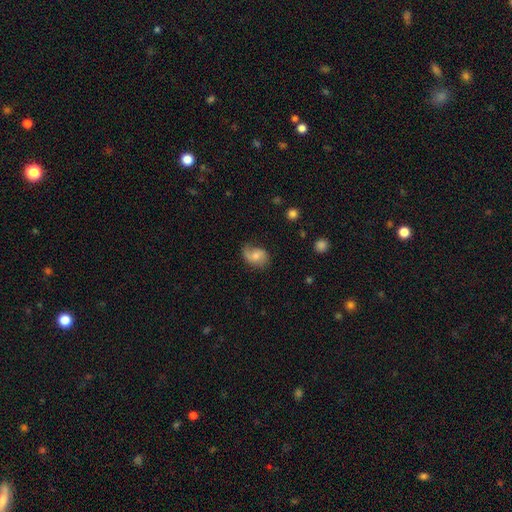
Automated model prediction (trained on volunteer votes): smooth_or_featured: smooth (p=0.48) [alt: featured or disk p=0.44]
merging: none (p=0.53) [alt: minor disturbance p=0.30]